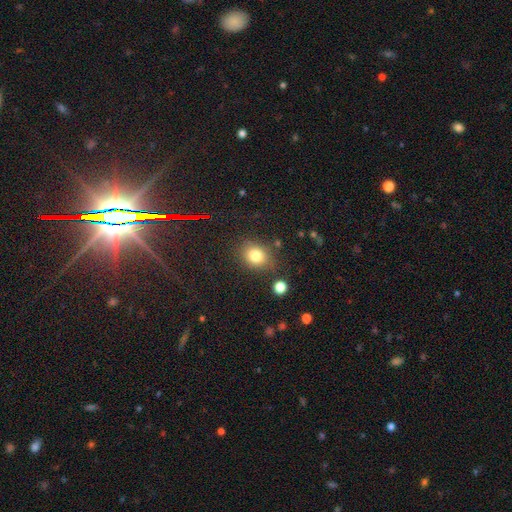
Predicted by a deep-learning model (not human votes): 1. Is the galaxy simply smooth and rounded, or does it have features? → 79% smooth, 13% star or artifact, 8% featured or disk.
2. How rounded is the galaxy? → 58% round, 41% in between, 1% cigar-shaped.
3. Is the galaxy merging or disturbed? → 77% none, 14% minor disturbance, 5% major disturbance, 4% merger.